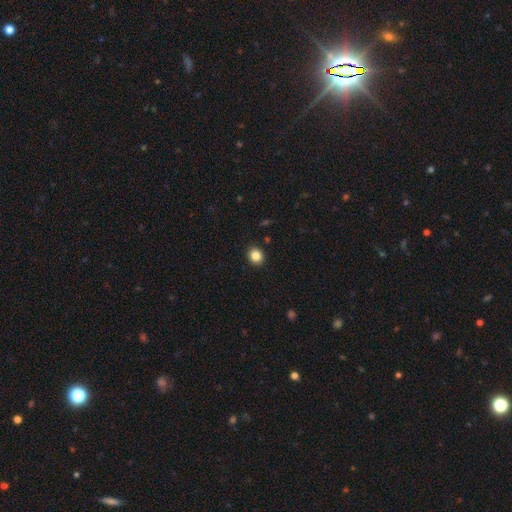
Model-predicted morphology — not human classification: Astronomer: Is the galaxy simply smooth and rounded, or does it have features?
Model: smooth — 84%.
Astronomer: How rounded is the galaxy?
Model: round — 76%.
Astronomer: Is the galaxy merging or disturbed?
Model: none — 92%.